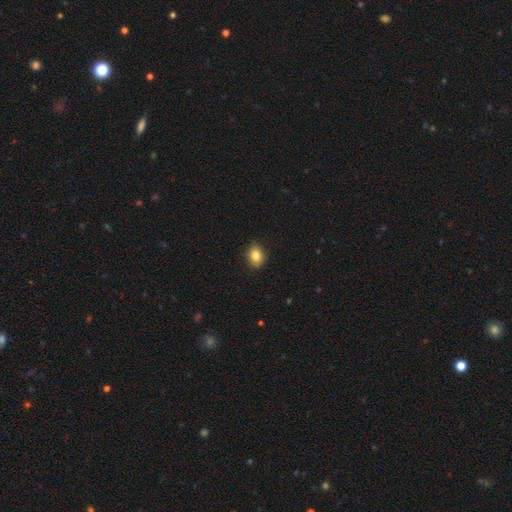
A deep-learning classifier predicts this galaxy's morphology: This is clearly a smooth galaxy (82%). How rounded: possibly in between (58%). Merging: clearly none (88%).